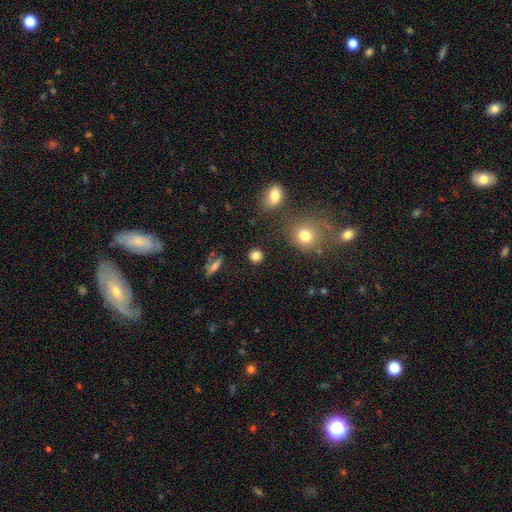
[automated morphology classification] This is clearly a smooth galaxy (83%). How rounded: clearly round (89%). Merging: clearly none (88%).